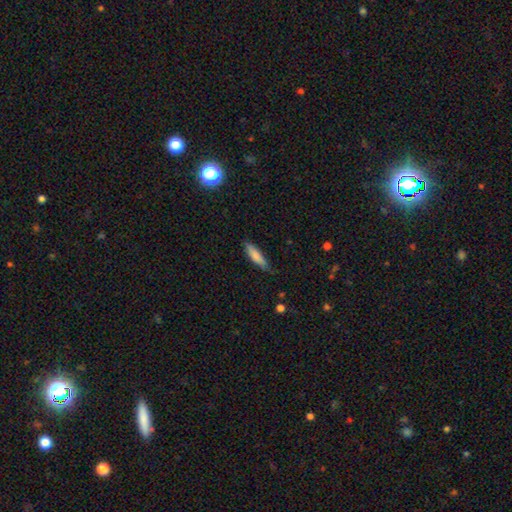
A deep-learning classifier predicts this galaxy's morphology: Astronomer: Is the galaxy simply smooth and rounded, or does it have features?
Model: smooth — 79%.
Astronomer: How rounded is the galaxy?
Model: cigar-shaped — 72%.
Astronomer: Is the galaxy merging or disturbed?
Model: none — 75%.